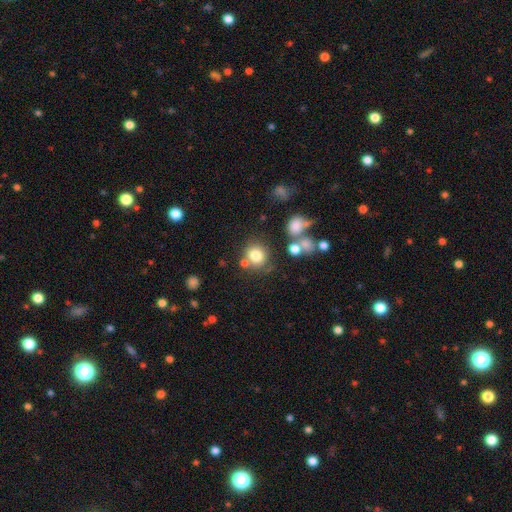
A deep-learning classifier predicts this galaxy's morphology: Smooth or featured? smooth (78%)
How rounded? round (85%)
Merging? none (67%)